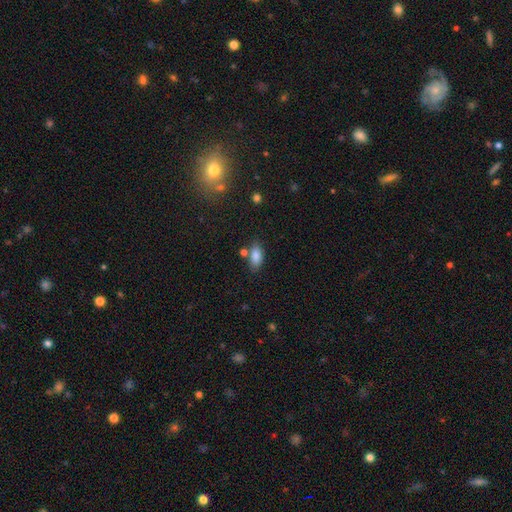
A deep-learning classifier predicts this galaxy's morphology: Smooth or featured? Predicted: smooth (p=0.85). How rounded? Predicted: in between (p=0.89). Merging? Predicted: none (p=0.71).